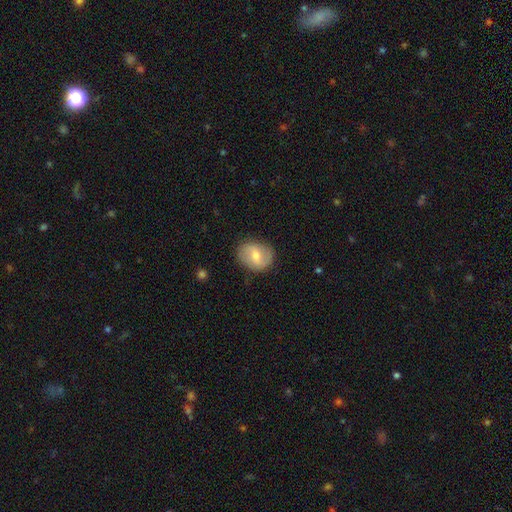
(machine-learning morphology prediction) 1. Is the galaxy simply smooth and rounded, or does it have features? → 50% featured or disk, 44% smooth, 6% star or artifact.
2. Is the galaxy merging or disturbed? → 80% none, 14% minor disturbance, 4% major disturbance, 1% merger.